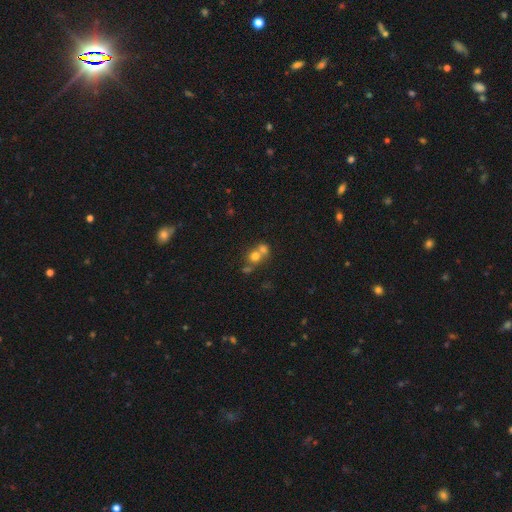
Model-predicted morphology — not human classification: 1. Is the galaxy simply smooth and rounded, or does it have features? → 68% smooth, 17% featured or disk, 15% star or artifact.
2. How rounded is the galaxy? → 81% round, 18% in between, 1% cigar-shaped.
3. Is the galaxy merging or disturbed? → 58% merger, 33% none, 6% minor disturbance, 3% major disturbance.